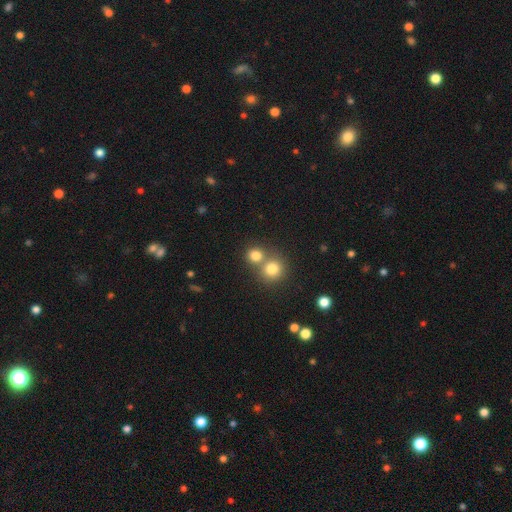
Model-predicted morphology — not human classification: A smooth galaxy with no disk features (79%) that is round (85%).

Vote fractions:
- Smooth or featured? smooth: 79% / star or artifact: 13% / featured or disk: 8%
- How rounded? round: 85% / in between: 14% / cigar-shaped: 1%
- Merging? none: 49% / merger: 42% / minor disturbance: 6% / major disturbance: 3%